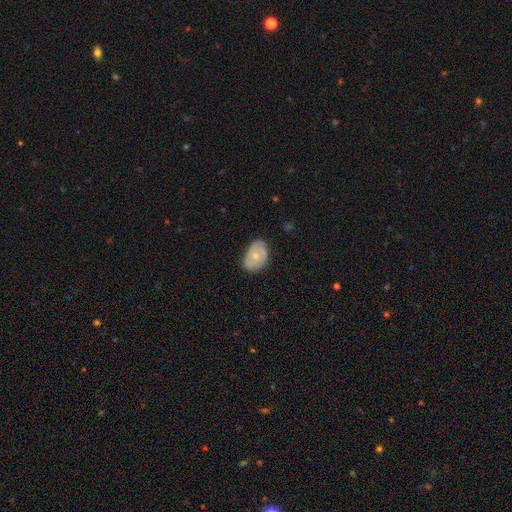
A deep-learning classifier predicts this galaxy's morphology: smooth_or_featured: featured or disk (p=0.50) [alt: smooth p=0.44]
merging: none (p=0.66) [alt: minor disturbance p=0.26]